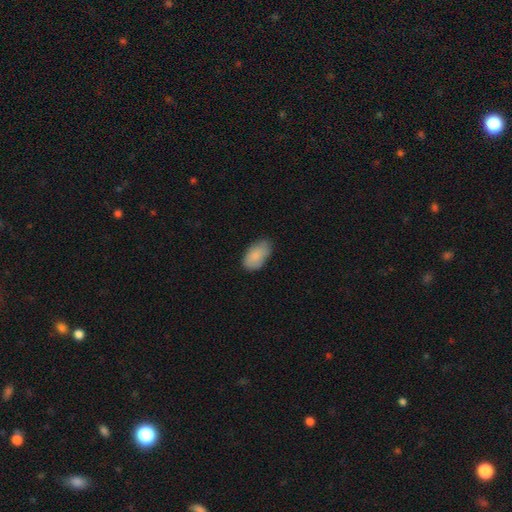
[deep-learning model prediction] Smooth or featured: smooth — 86% (featured or disk — 7%)
How rounded: in between — 94% (round — 4%)
Merging: none — 72% (minor disturbance — 23%)